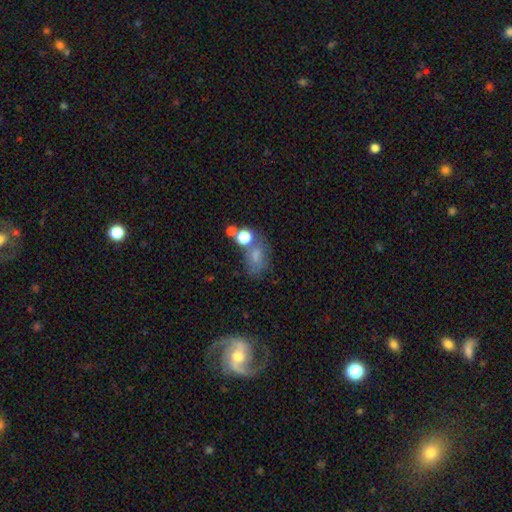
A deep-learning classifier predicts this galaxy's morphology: Smooth or featured? smooth (64%)
How rounded? in between (71%)
Merging? none (42%)